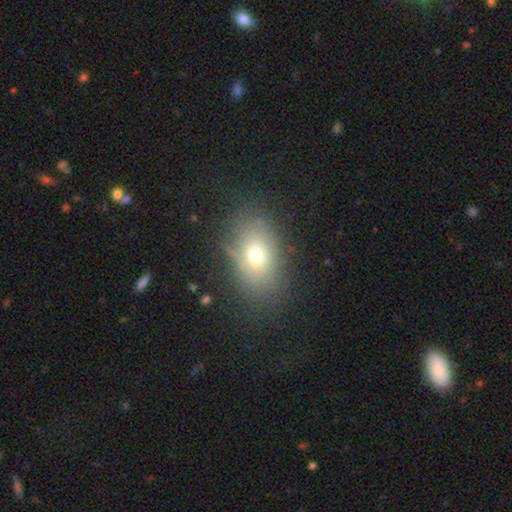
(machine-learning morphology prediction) The model was most divided on "smooth or featured": smooth: 68%, featured or disk: 19%, star or artifact: 13%. More confident: how rounded — in between (83%); merging — none (77%).